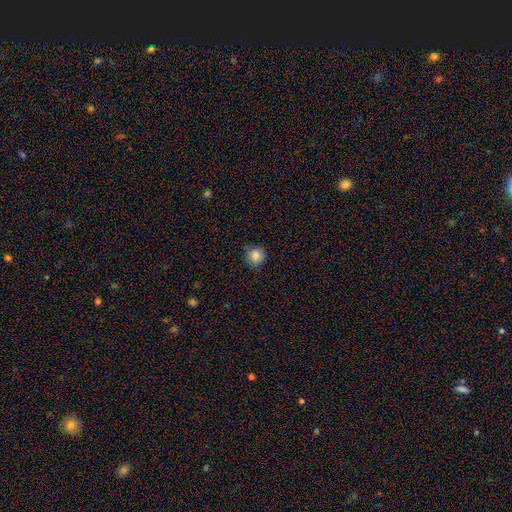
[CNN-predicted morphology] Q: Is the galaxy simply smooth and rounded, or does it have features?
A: smooth — 85%.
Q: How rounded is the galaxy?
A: round — 92%.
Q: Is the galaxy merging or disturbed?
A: none — 85%.